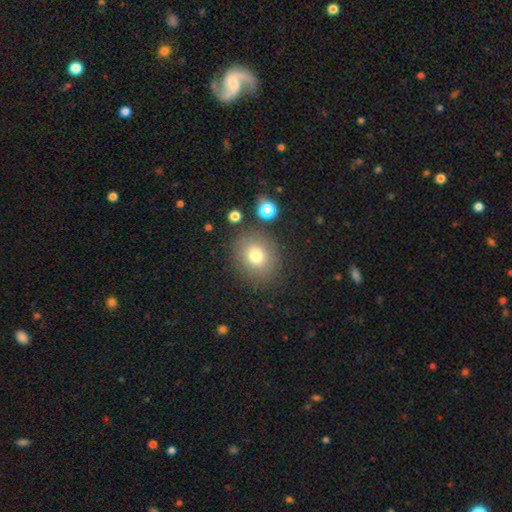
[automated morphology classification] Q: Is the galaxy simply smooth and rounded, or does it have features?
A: smooth — 75%.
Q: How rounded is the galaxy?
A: round — 75%.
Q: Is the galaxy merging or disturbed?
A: none — 82%.